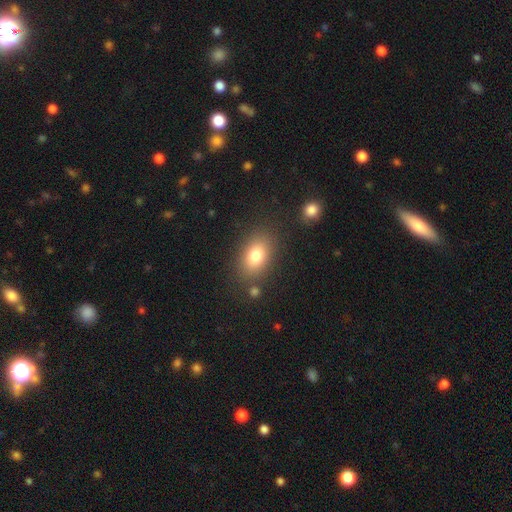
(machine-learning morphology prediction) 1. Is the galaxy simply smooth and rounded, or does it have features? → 80% smooth, 11% featured or disk, 10% star or artifact.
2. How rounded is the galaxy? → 83% in between, 15% round, 2% cigar-shaped.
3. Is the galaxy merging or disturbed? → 81% none, 10% minor disturbance, 4% merger, 4% major disturbance.